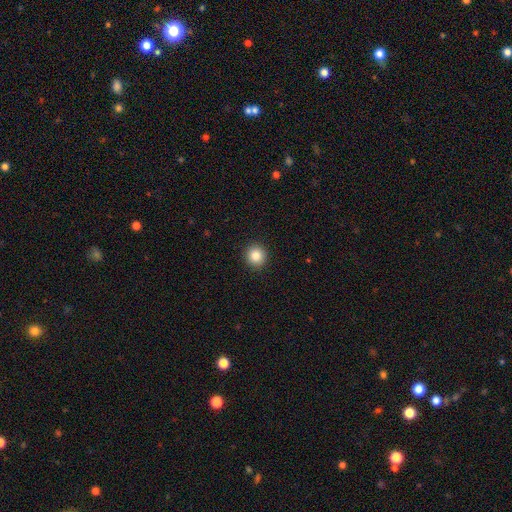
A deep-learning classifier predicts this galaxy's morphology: Smooth or featured? Predicted: smooth (p=0.85). How rounded? Predicted: round (p=0.93). Merging? Predicted: none (p=0.93).